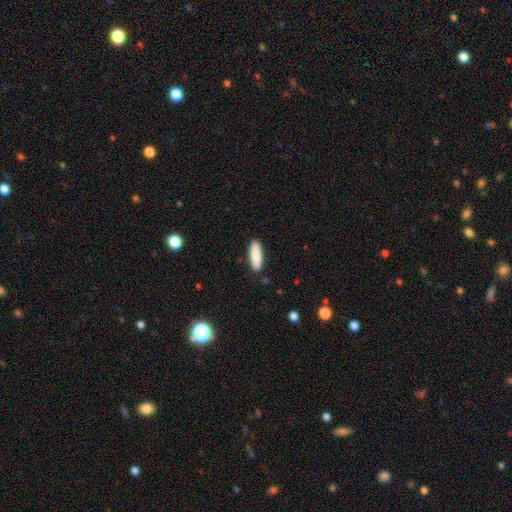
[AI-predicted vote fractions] Smooth or featured?
  - smooth: 86% *
  - featured or disk: 9%
  - star or artifact: 5%
How rounded?
  - cigar-shaped: 51% *
  - in between: 47%
  - round: 2%
Merging?
  - none: 88% *
  - minor disturbance: 9%
  - major disturbance: 2%
  - merger: 1%